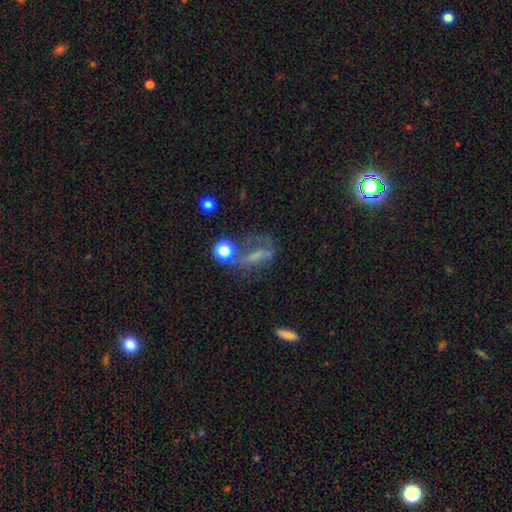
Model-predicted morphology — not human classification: Smooth or featured? featured or disk (44%)
Merging? none (37%)